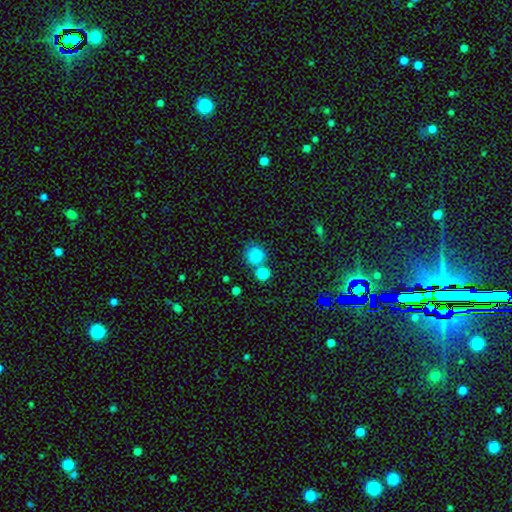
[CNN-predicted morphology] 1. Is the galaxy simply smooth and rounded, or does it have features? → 83% smooth, 12% star or artifact, 5% featured or disk.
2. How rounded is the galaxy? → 89% round, 10% in between, 1% cigar-shaped.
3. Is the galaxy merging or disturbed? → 69% none, 17% merger, 10% minor disturbance, 4% major disturbance.